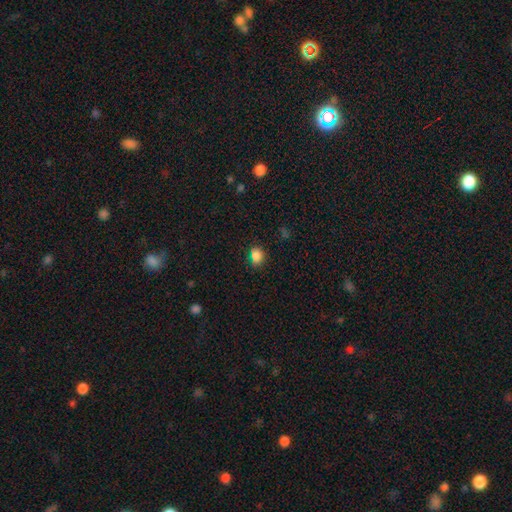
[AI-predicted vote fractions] This appears to be a smooth galaxy with no disk features (80%) that is in between round and cigar-shaped (56%). Merging: none (76%).